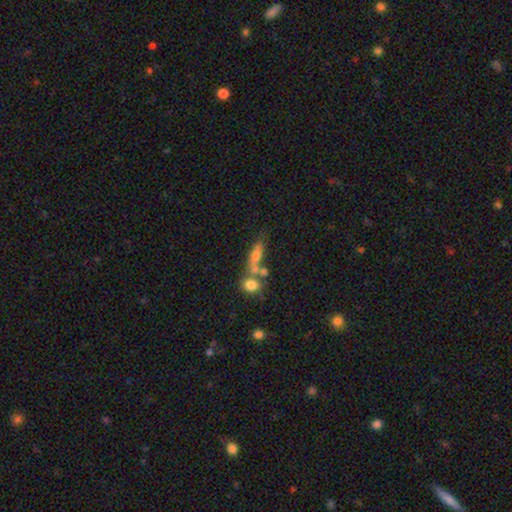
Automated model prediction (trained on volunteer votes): The model was most divided on "merging": none: 39%, merger: 38%, minor disturbance: 14%, major disturbance: 9%. Remaining: smooth or featured — smooth (60%); how rounded — in between (46%).